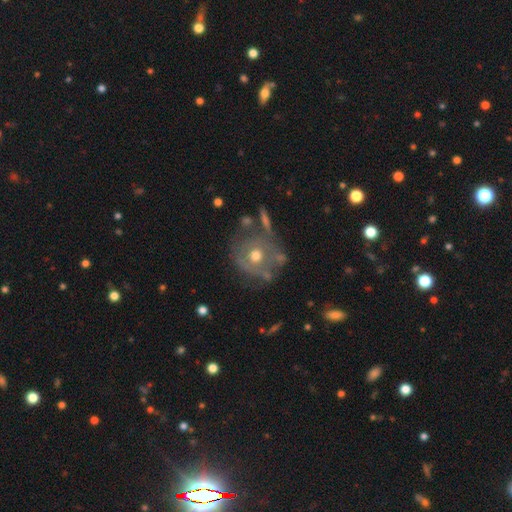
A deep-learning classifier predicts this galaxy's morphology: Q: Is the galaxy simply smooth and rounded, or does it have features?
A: featured or disk — 50%.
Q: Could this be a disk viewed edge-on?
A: no — 93%.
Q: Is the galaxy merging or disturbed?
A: none — 61%.